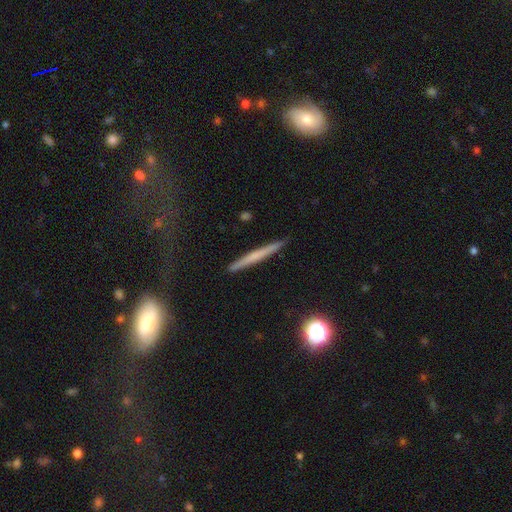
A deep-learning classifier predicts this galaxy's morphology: smooth-or-featured: smooth: 47% | featured or disk: 45% | star or artifact: 8%
  merging: none: 90% | minor disturbance: 7% | major disturbance: 1% | merger: 1%